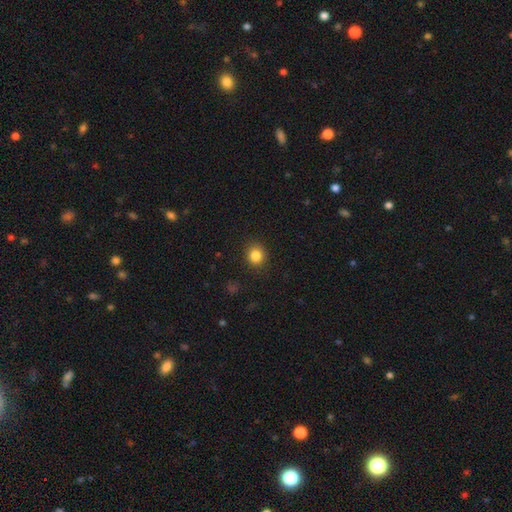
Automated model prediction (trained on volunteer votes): Morphology: type=smooth (84%); roundness=round (84%); merging=none (89%).